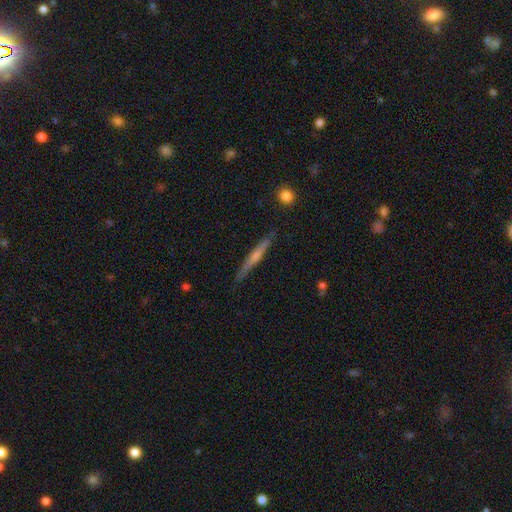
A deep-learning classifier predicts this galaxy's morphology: A featured or disk galaxy (67%) viewed edge-on (97%) with a rounded central bulge (72%).

Vote fractions:
- Smooth or featured? featured or disk: 67% / smooth: 24% / star or artifact: 9%
- Edge-on disk? yes: 97% / no: 3%
- Edge-on bulge? rounded: 72% / none: 20% / boxy: 8%
- Merging? none: 89% / minor disturbance: 8% / major disturbance: 2% / merger: 2%